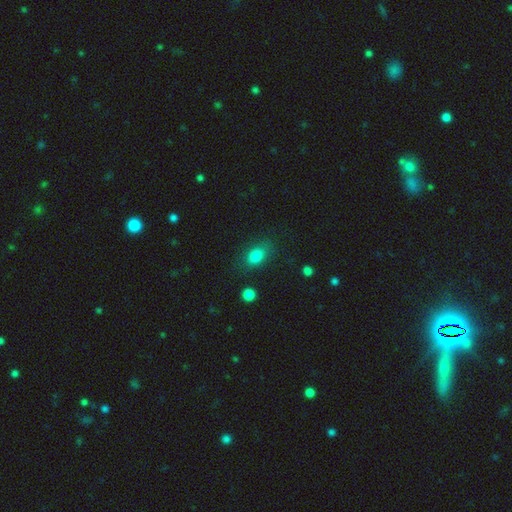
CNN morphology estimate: smooth-or-featured: smooth: 81% | star or artifact: 10% | featured or disk: 8%
  how-rounded: in between: 79% | round: 18% | cigar-shaped: 3%
  merging: none: 76% | minor disturbance: 16% | major disturbance: 6% | merger: 2%